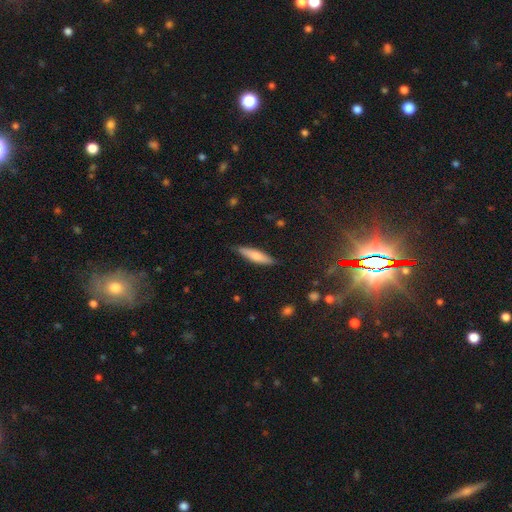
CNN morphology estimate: Smooth or featured: smooth — 66% (featured or disk — 28%)
How rounded: cigar-shaped — 77% (in between — 22%)
Merging: none — 81% (minor disturbance — 15%)